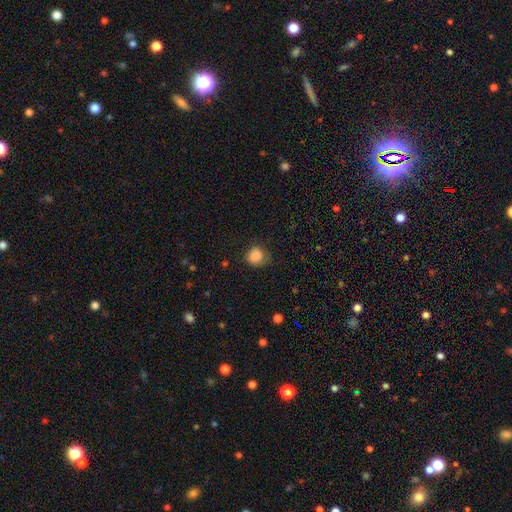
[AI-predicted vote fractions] The model was most divided on "merging": none: 65%, minor disturbance: 26%, major disturbance: 8%, merger: 1%. More confident: smooth or featured — smooth (86%); how rounded — round (77%).